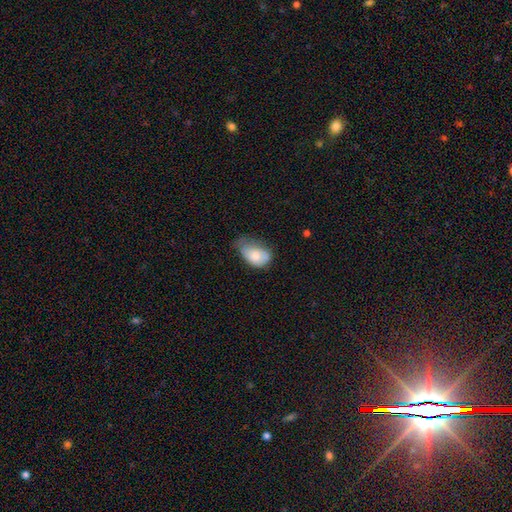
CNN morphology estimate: Q: Smooth or featured?
A: smooth (75%); runner-up: featured or disk (18%)
Q: How rounded?
A: in between (87%); runner-up: round (11%)
Q: Merging?
A: minor disturbance (47%); runner-up: major disturbance (26%)